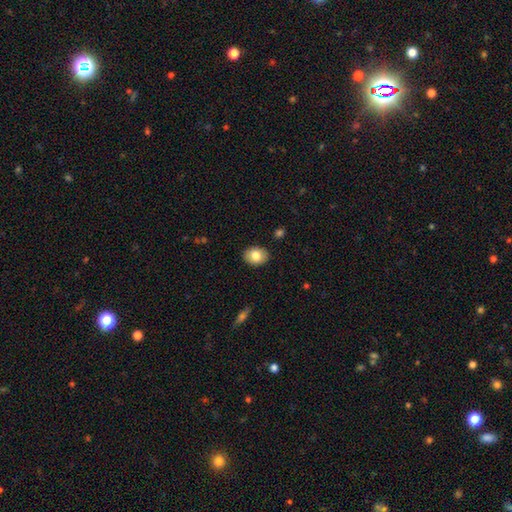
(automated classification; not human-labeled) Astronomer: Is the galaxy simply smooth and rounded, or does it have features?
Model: smooth — 80%.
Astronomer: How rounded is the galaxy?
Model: in between — 61% (runner-up: round, 38%).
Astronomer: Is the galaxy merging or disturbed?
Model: none — 89%.